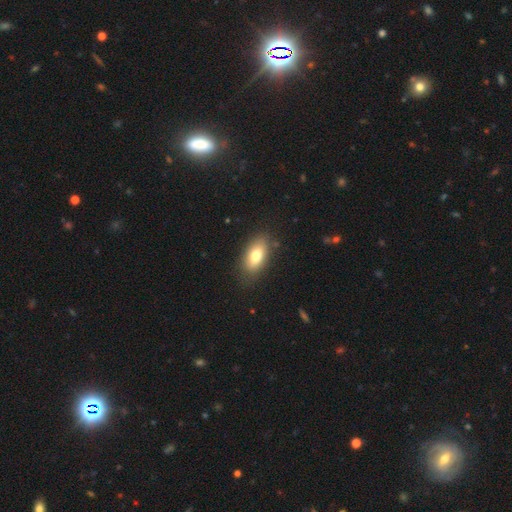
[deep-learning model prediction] Smooth or featured? smooth (77%)
How rounded? in between (90%)
Merging? none (82%)